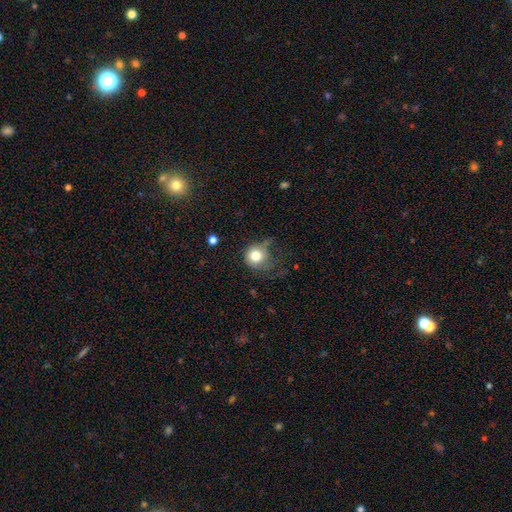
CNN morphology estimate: type=smooth (77%); roundness=round (87%); merging=none (42%).